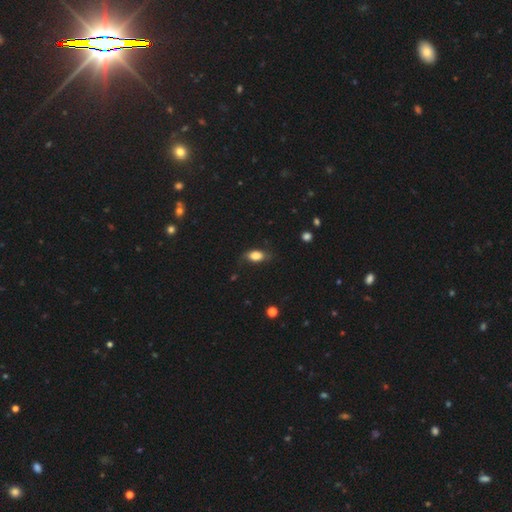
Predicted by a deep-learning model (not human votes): smooth 80%, featured or disk 12%, star or artifact 8%. Down the decision tree: how rounded — in between (87%); merging — none (68%).